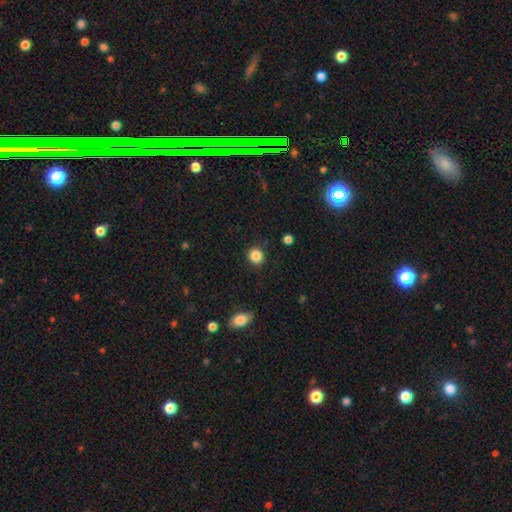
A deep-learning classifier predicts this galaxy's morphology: This appears to be a smooth galaxy with no disk features (86%) that is round (84%). Merging: none (88%).